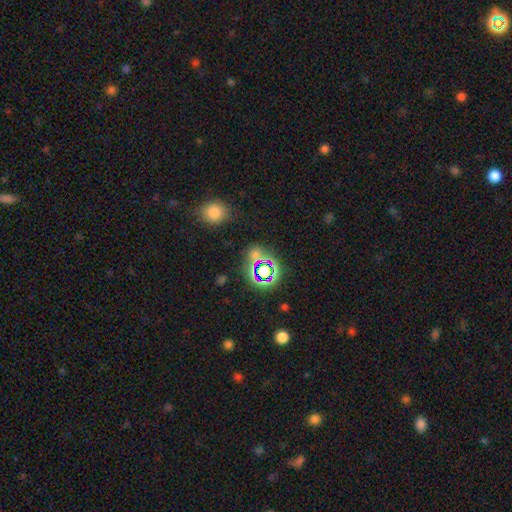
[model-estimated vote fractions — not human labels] Q: Smooth or featured?
A: star or artifact (60%); runner-up: smooth (30%)